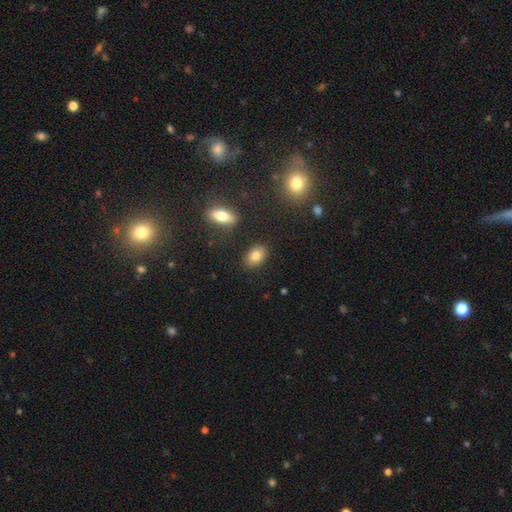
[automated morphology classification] Overall: smooth (83%). How rounded: in between (83%). Merging: none (86%).